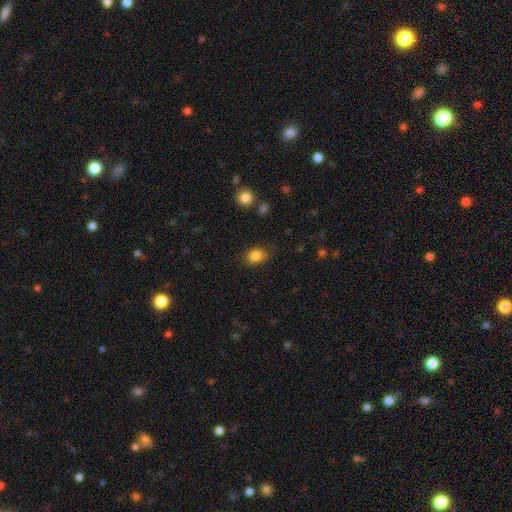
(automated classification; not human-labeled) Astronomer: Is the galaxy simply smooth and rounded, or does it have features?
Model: smooth — 85%.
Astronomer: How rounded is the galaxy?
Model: in between — 68%.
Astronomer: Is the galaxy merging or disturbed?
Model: none — 82%.